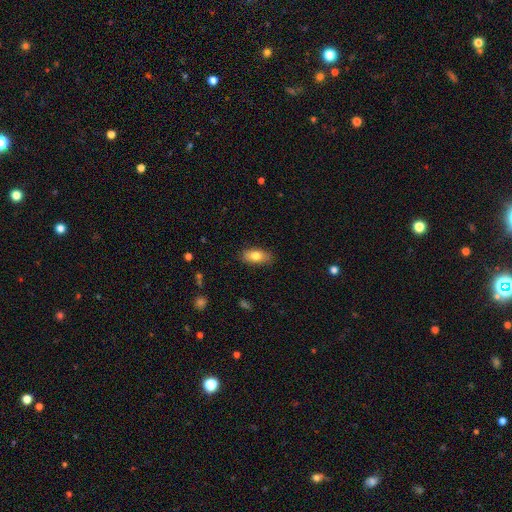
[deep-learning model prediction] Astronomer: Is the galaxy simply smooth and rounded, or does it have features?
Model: smooth — 78%.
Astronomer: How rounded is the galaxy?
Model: in between — 88%.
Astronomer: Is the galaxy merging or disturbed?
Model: none — 85%.